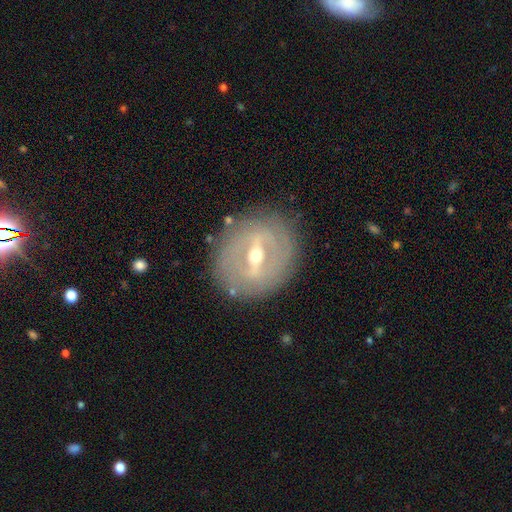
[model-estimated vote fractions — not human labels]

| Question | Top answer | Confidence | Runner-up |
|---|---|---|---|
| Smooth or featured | featured or disk | 81% | smooth (13%) |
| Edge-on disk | no | 84% | yes (16%) |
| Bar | strong | 67% | weak (26%) |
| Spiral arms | no | 56% | yes (44%) |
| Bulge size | moderate | 58% | small (38%) |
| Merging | none | 83% | minor disturbance (11%) |